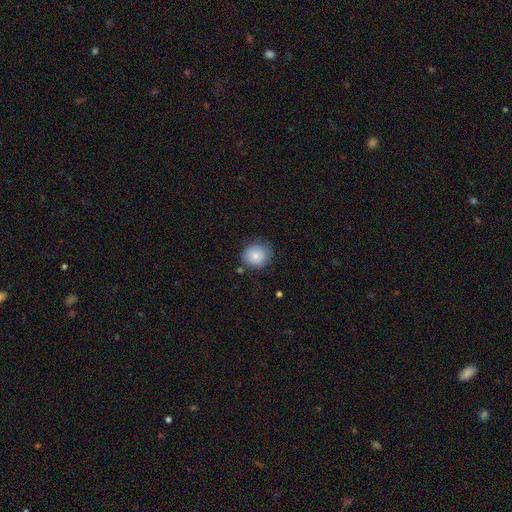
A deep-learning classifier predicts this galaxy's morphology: A smooth galaxy with no disk features (81%) that is round (84%).

Vote fractions:
- Smooth or featured? smooth: 81% / featured or disk: 11% / star or artifact: 8%
- How rounded? round: 84% / in between: 15% / cigar-shaped: 1%
- Merging? none: 76% / minor disturbance: 16% / major disturbance: 4% / merger: 3%